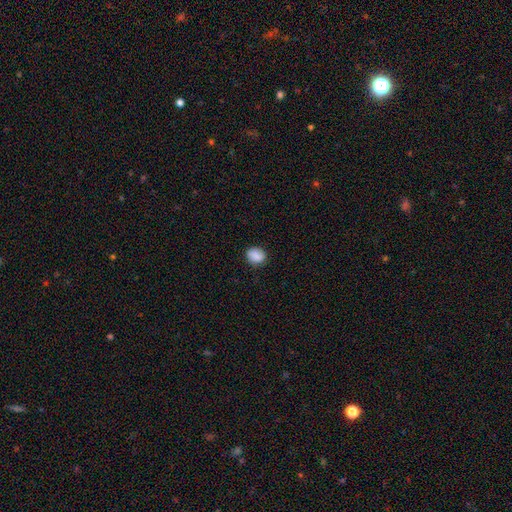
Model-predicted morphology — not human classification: Smooth or featured?
  - smooth: 86% *
  - star or artifact: 8%
  - featured or disk: 6%
How rounded?
  - round: 62% *
  - in between: 37%
  - cigar-shaped: 1%
Merging?
  - none: 85% *
  - minor disturbance: 11%
  - major disturbance: 3%
  - merger: 1%